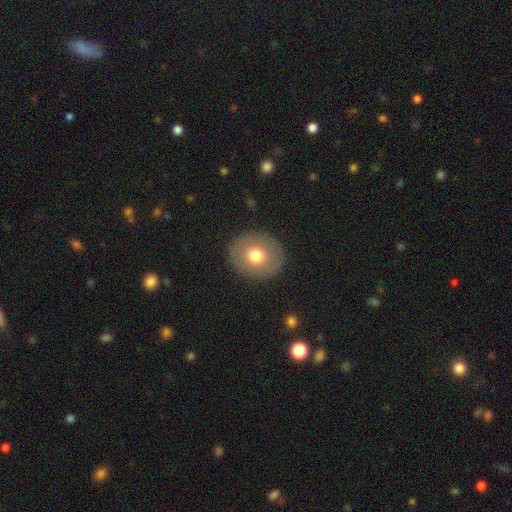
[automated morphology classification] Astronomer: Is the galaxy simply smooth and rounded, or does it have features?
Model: smooth — 69%.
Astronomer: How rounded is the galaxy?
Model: round — 79%.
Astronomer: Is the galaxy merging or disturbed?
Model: none — 89%.